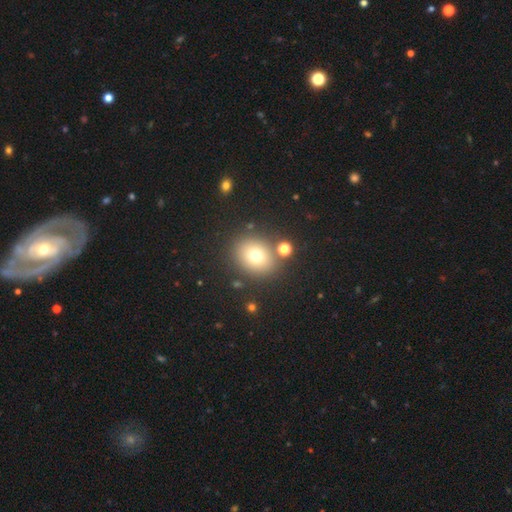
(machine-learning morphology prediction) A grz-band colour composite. It shows a smooth galaxy with no disk features (72%) that is round (68%). Merging: none (81%).